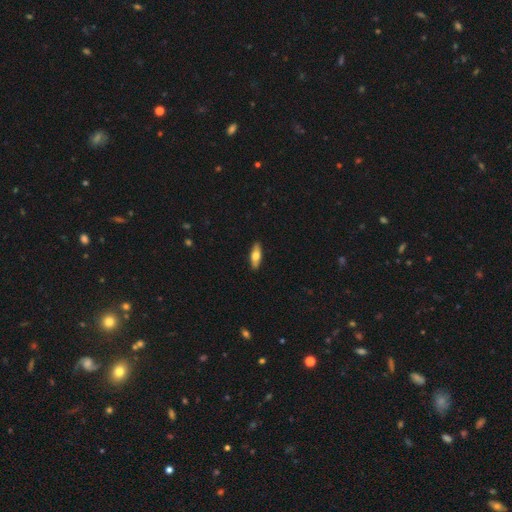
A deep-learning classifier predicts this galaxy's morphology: Smooth or featured: smooth — 59% (featured or disk — 36%)
How rounded: in between — 57% (cigar-shaped — 40%)
Merging: none — 89% (minor disturbance — 8%)